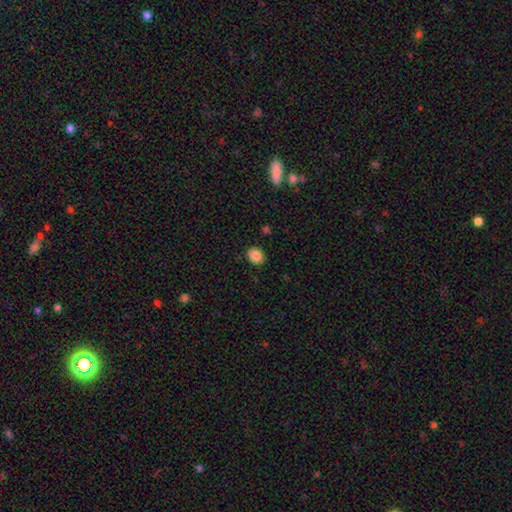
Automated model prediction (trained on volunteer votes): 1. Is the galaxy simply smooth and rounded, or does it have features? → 87% smooth, 9% star or artifact, 4% featured or disk.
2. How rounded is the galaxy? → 51% round, 48% in between, 1% cigar-shaped.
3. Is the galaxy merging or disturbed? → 89% none, 8% minor disturbance, 2% major disturbance, 1% merger.